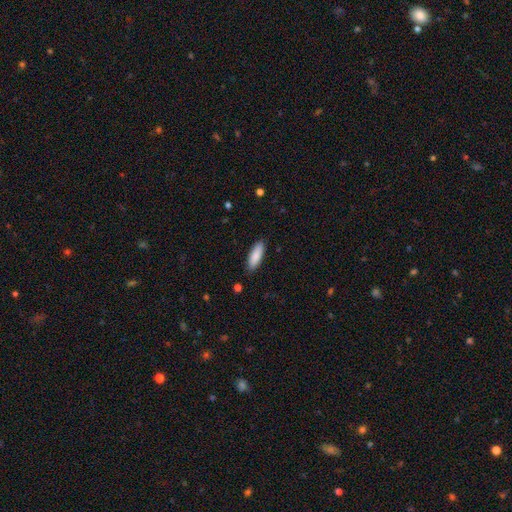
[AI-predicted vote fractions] smooth-or-featured: smooth: 87% | featured or disk: 7% | star or artifact: 6%
  how-rounded: in between: 56% | cigar-shaped: 43% | round: 1%
  merging: none: 88% | minor disturbance: 9% | major disturbance: 2% | merger: 1%